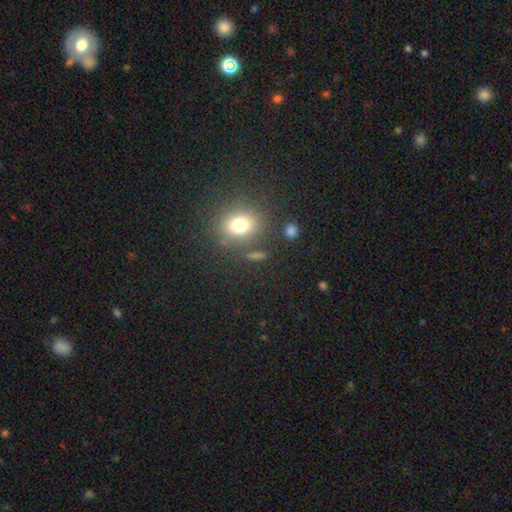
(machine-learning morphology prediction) Smooth or featured: smooth — 72% (star or artifact — 20%)
How rounded: round — 56% (in between — 40%)
Merging: none — 80% (minor disturbance — 10%)